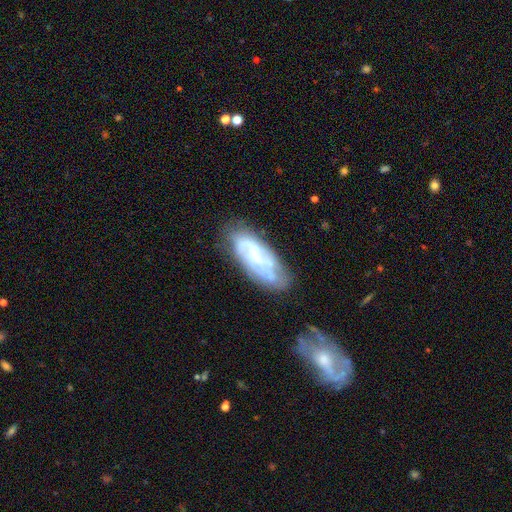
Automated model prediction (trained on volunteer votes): The model was most divided on "spiral winding": tight: 43%, medium: 40%, loose: 18%. Remaining: edge-on disk — no (91%); spiral arms — yes (83%); smooth or featured — featured or disk (74%); merging — none (68%); bulge size — small (60%); bar — no (56%); spiral arm count — can't tell (40%).